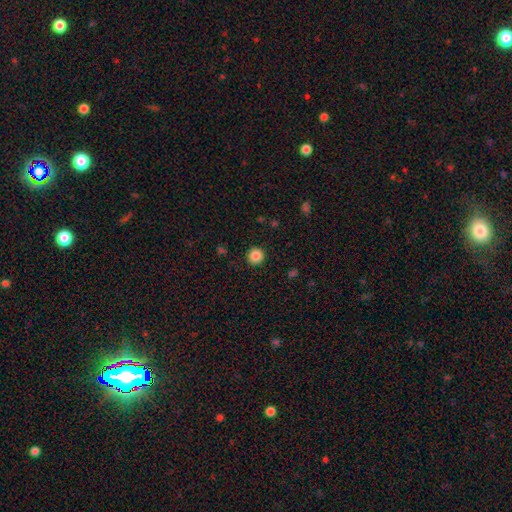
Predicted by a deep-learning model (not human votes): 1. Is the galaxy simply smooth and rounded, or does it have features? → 86% smooth, 10% star or artifact, 4% featured or disk.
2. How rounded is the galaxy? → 95% round, 4% in between, 1% cigar-shaped.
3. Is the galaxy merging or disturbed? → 92% none, 5% minor disturbance, 2% major disturbance, 1% merger.